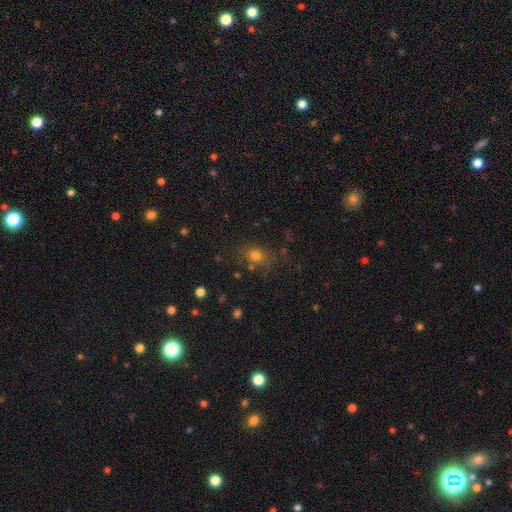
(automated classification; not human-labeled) Smooth or featured?
  - smooth: 72% *
  - star or artifact: 19%
  - featured or disk: 9%
How rounded?
  - round: 61% *
  - in between: 38%
  - cigar-shaped: 2%
Merging?
  - none: 72% *
  - minor disturbance: 15%
  - major disturbance: 7%
  - merger: 6%